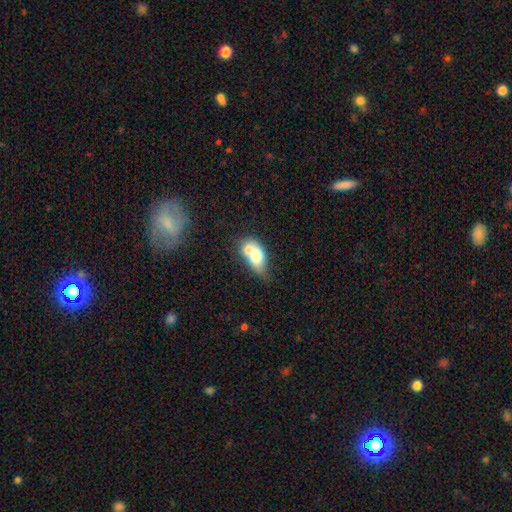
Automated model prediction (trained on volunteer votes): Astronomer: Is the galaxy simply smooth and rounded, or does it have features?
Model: smooth — 65%.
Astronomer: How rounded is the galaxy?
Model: in between — 78%.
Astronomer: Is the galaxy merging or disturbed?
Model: merger — 62%.